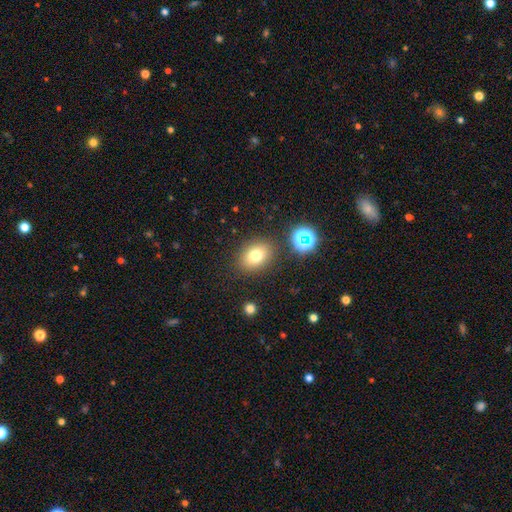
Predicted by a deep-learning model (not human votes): Morphology: type=smooth (75%); roundness=in between (63%); merging=none (84%).